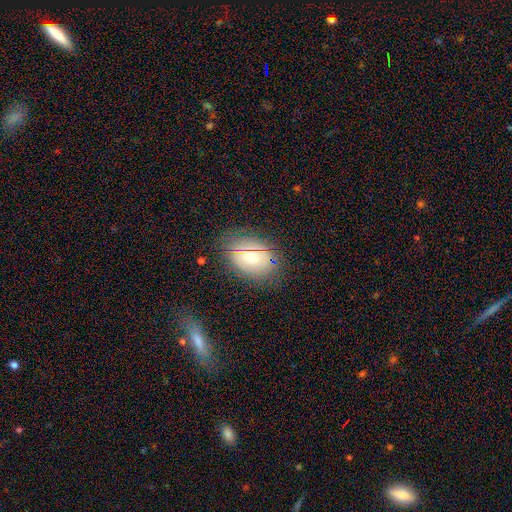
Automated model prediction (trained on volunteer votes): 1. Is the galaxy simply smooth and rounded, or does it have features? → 54% smooth, 31% featured or disk, 14% star or artifact.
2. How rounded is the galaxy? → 73% in between, 25% round, 2% cigar-shaped.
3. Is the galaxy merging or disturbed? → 76% none, 17% minor disturbance, 5% major disturbance, 2% merger.